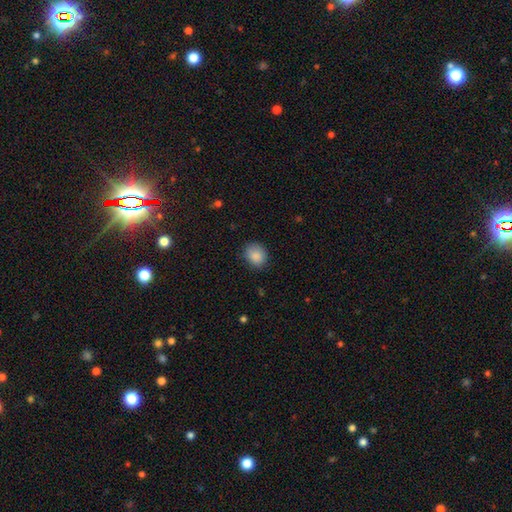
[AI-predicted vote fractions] smooth 88%, star or artifact 8%, featured or disk 4%. Down the decision tree: how rounded — in between (50%); merging — none (80%).